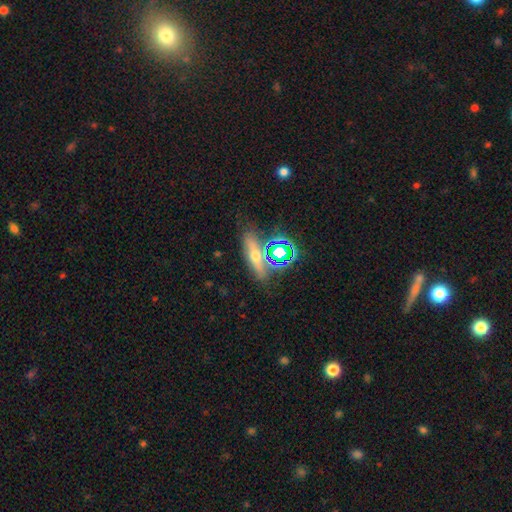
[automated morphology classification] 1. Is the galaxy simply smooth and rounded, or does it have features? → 39% smooth, 31% star or artifact, 30% featured or disk.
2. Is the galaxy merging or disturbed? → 71% none, 13% minor disturbance, 11% merger, 5% major disturbance.